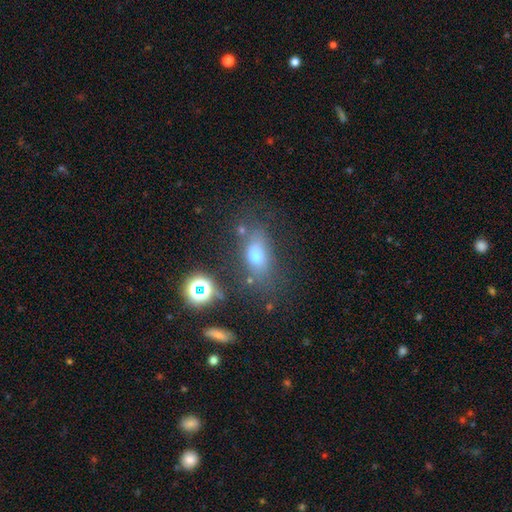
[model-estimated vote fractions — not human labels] Smooth or featured? smooth (65%)
How rounded? in between (74%)
Merging? none (63%)